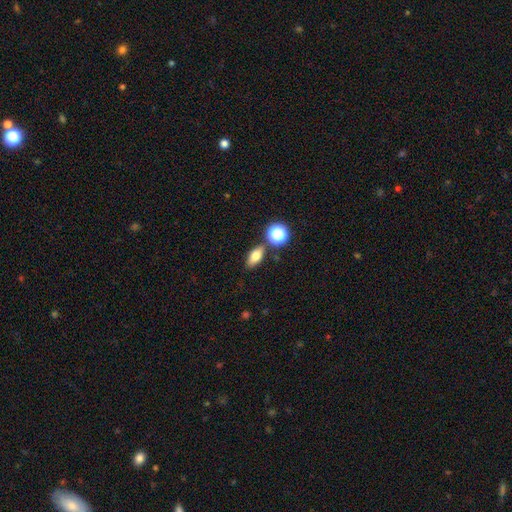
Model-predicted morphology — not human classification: Q: Smooth or featured?
A: smooth (73%); runner-up: featured or disk (15%)
Q: How rounded?
A: in between (76%); runner-up: round (13%)
Q: Merging?
A: none (79%); runner-up: minor disturbance (11%)